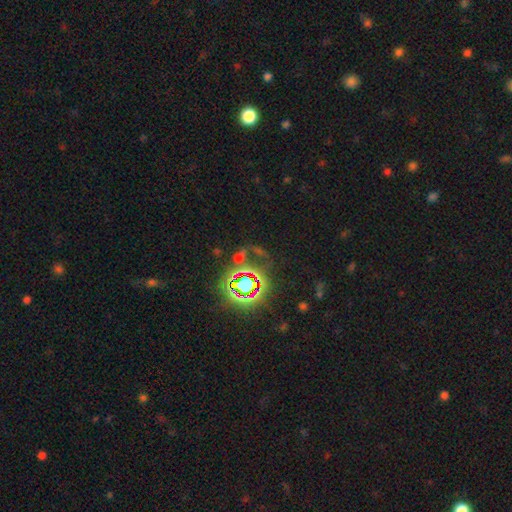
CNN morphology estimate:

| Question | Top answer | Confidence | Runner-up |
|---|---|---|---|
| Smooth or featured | star or artifact | 76% | smooth (12%) |